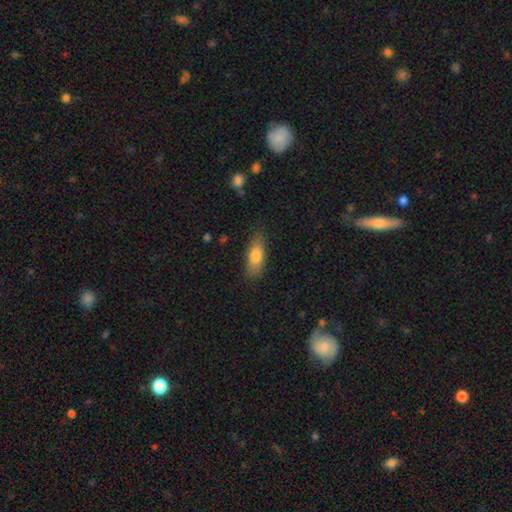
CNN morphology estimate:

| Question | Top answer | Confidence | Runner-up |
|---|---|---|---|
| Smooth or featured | smooth | 79% | featured or disk (14%) |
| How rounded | in between | 74% | cigar-shaped (23%) |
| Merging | none | 78% | minor disturbance (17%) |